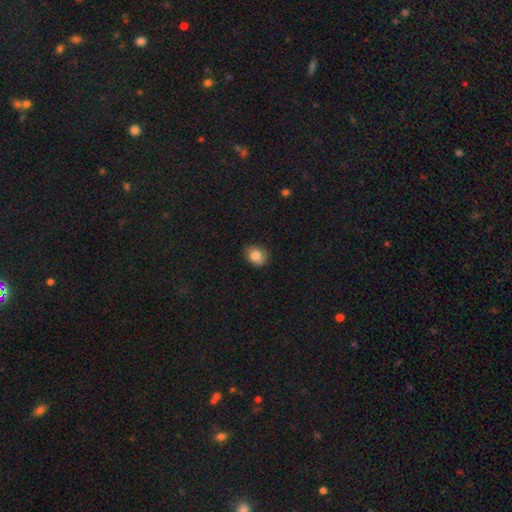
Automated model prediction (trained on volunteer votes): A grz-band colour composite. It shows a smooth galaxy with no disk features (83%) that is round (53%). Merging: none (83%).